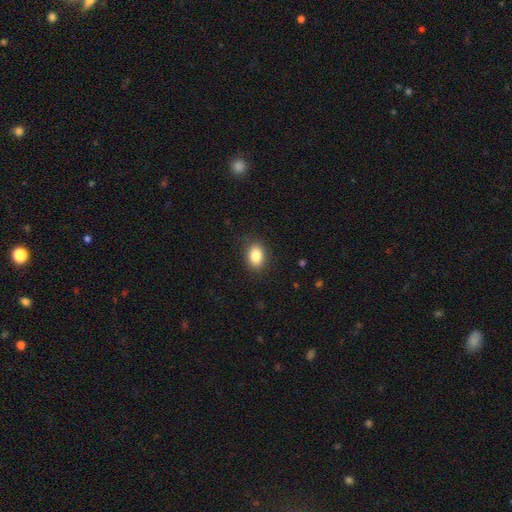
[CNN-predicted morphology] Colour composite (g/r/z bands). It shows a smooth galaxy with no disk features (85%) that is in between round and cigar-shaped (76%). Merging: none (87%).